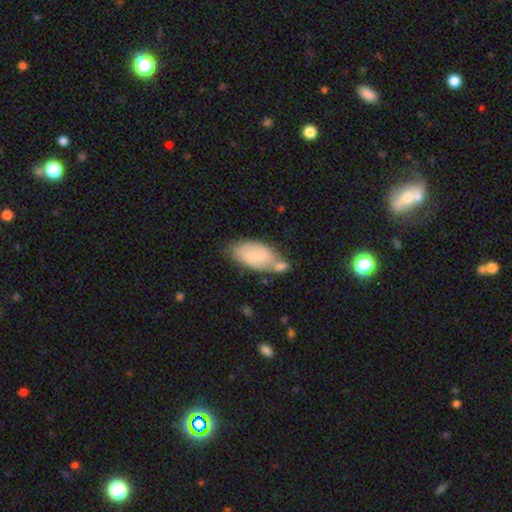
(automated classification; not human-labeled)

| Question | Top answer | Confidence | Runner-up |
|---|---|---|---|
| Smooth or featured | smooth | 50% | featured or disk (44%) |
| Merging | none | 42% | merger (32%) |